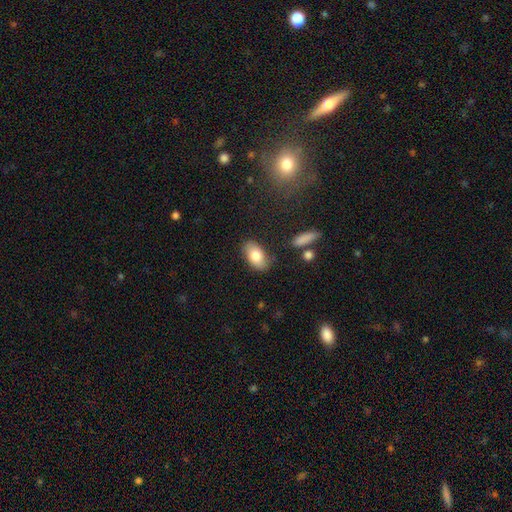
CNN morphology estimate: Q: Smooth or featured?
A: smooth (79%); runner-up: featured or disk (14%)
Q: How rounded?
A: in between (93%); runner-up: round (5%)
Q: Merging?
A: none (79%); runner-up: minor disturbance (15%)